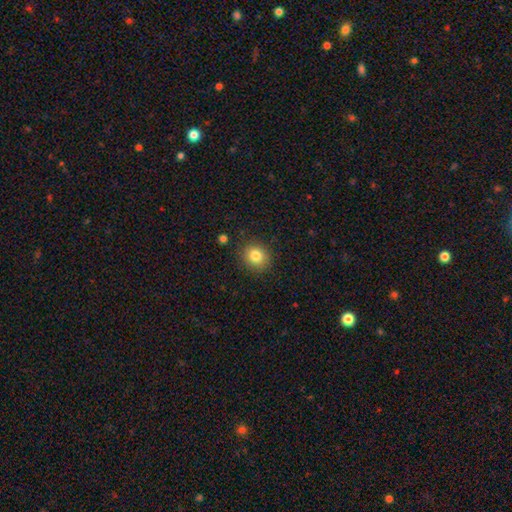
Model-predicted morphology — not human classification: Q: Smooth or featured?
A: smooth (83%); runner-up: star or artifact (11%)
Q: How rounded?
A: round (84%); runner-up: in between (15%)
Q: Merging?
A: none (88%); runner-up: minor disturbance (8%)